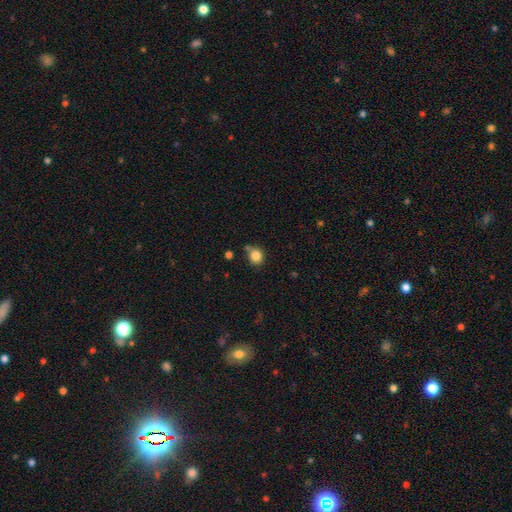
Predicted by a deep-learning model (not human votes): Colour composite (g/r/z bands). It shows a smooth galaxy with no disk features (84%) that is round (83%). Merging: none (73%).